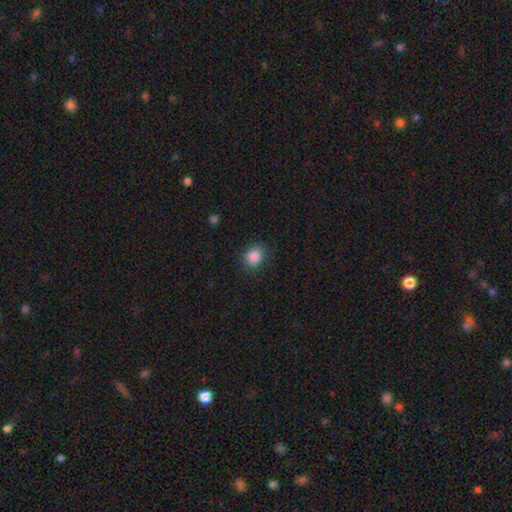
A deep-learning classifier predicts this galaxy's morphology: smooth 86%, star or artifact 11%, featured or disk 4%. Down the decision tree: how rounded — round (71%); merging — none (87%).